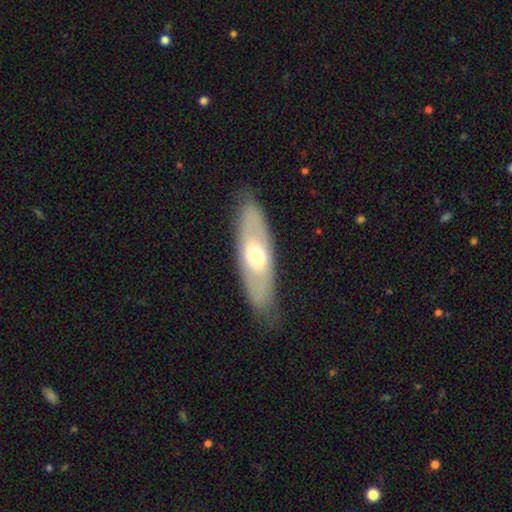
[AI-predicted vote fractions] Q: Smooth or featured?
A: featured or disk (47%); tied with: smooth (47%)
Q: Merging?
A: none (81%); runner-up: minor disturbance (14%)